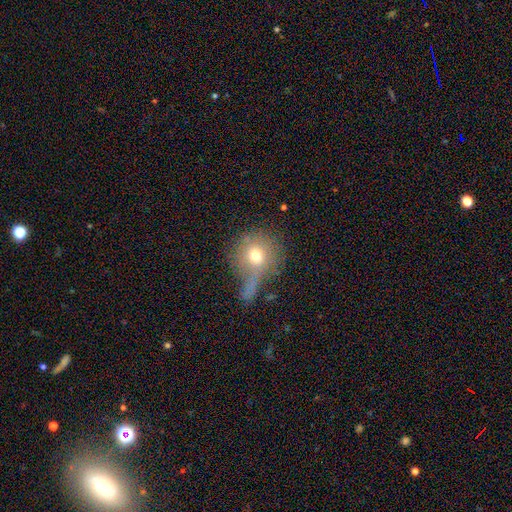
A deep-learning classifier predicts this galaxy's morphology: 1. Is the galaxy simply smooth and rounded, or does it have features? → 69% smooth, 19% featured or disk, 13% star or artifact.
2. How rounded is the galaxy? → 89% round, 10% in between, 2% cigar-shaped.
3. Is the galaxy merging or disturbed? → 41% none, 23% merger, 20% major disturbance, 16% minor disturbance.